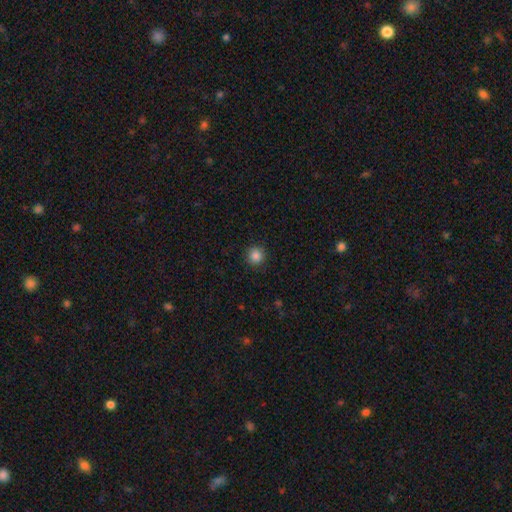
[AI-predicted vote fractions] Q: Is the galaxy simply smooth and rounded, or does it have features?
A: smooth — 86%.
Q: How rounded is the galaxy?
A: round — 94%.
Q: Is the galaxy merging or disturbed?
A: none — 91%.